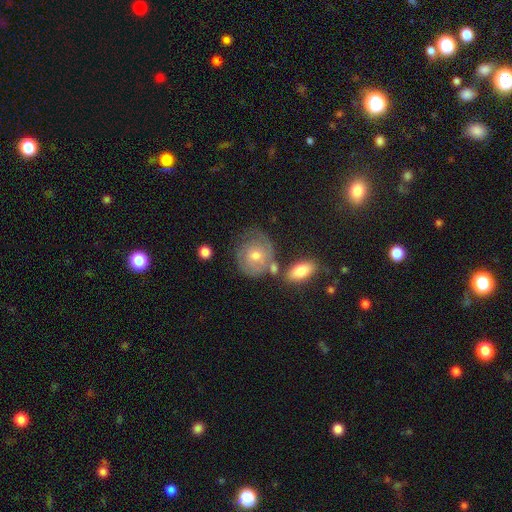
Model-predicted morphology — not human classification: A featured or disk galaxy (52%) with no bar (79%), spiral arms (75%) and a moderate central bulge (60%).

Vote fractions:
- Smooth or featured? featured or disk: 52% / smooth: 39% / star or artifact: 9%
- Edge-on disk? no: 96% / yes: 4%
- Bar? no: 79% / weak: 18% / strong: 3%
- Spiral arms? yes: 75% / no: 25%
- Bulge size? moderate: 60% / small: 33% / large: 4% / none: 2% / dominant: 1%
- Merging? none: 55% / minor disturbance: 22% / merger: 13% / major disturbance: 10%